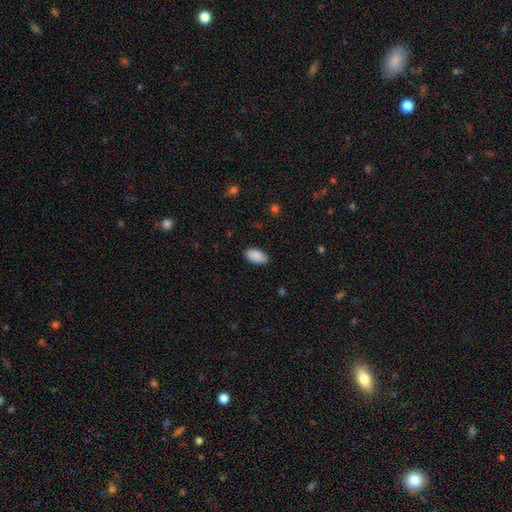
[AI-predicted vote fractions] Smooth or featured? Predicted: smooth (p=0.90). How rounded? Predicted: in between (p=0.96). Merging? Predicted: none (p=0.87).